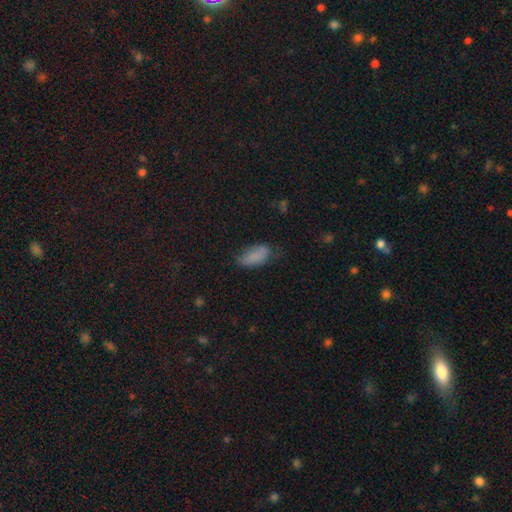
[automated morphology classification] This is clearly a smooth galaxy (81%). How rounded: clearly in between (90%). Merging: possibly none (52%).